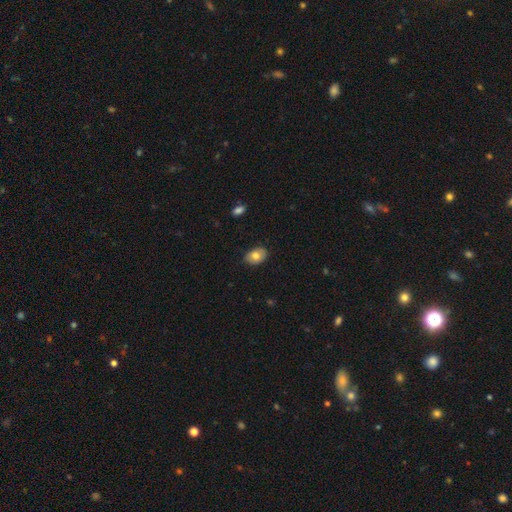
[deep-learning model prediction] Overall: smooth (76%). How rounded: in between (84%). Merging: none (84%).